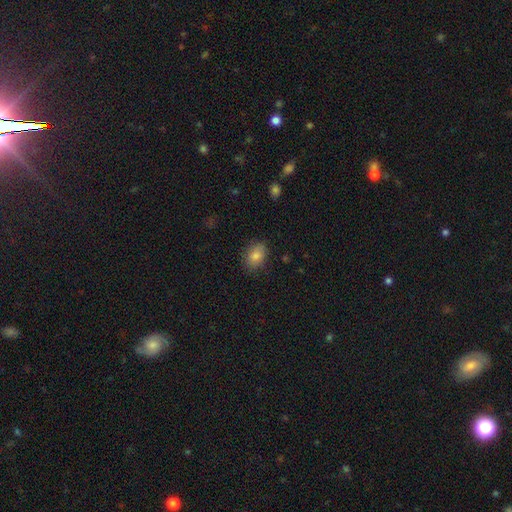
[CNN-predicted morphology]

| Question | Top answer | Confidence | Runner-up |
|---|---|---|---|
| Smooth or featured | smooth | 82% | star or artifact (10%) |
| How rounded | in between | 76% | round (22%) |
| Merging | none | 82% | minor disturbance (14%) |